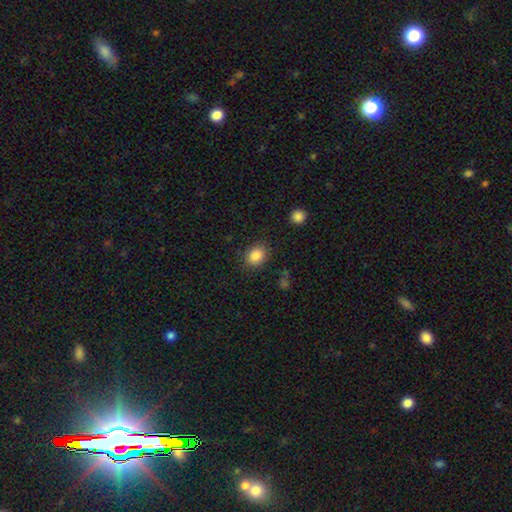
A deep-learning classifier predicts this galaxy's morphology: smooth-or-featured: smooth: 85% | star or artifact: 9% | featured or disk: 6%
  how-rounded: in between: 53% | round: 46% | cigar-shaped: 1%
  merging: none: 85% | minor disturbance: 10% | major disturbance: 3% | merger: 2%